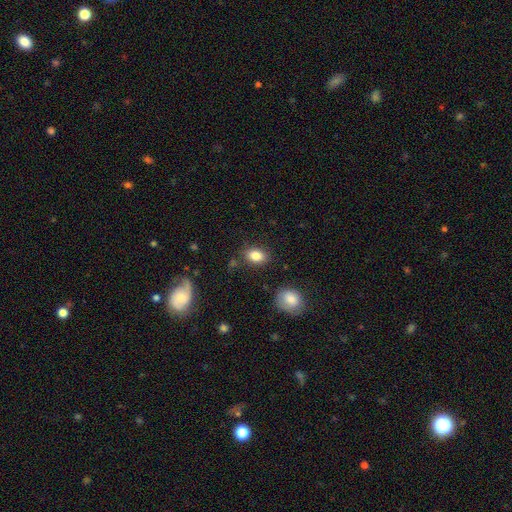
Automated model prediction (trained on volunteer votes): smooth_or_featured: smooth (p=0.84) [alt: star or artifact p=0.09]
how_rounded: in between (p=0.79) [alt: round p=0.20]
merging: none (p=0.82) [alt: minor disturbance p=0.12]